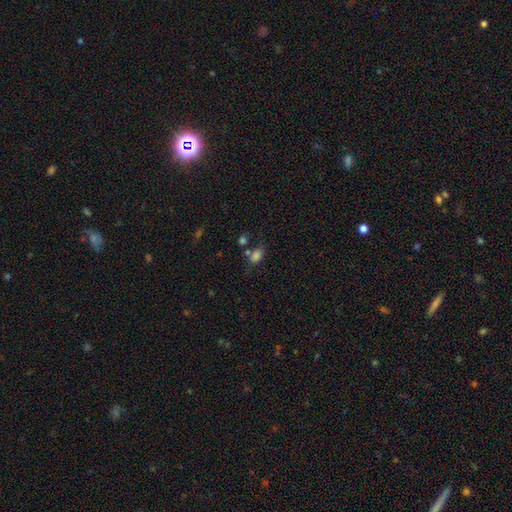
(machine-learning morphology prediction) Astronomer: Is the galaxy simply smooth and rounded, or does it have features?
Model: smooth — 78%.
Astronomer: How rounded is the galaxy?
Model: in between — 80%.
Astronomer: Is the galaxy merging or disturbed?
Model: none — 50%.